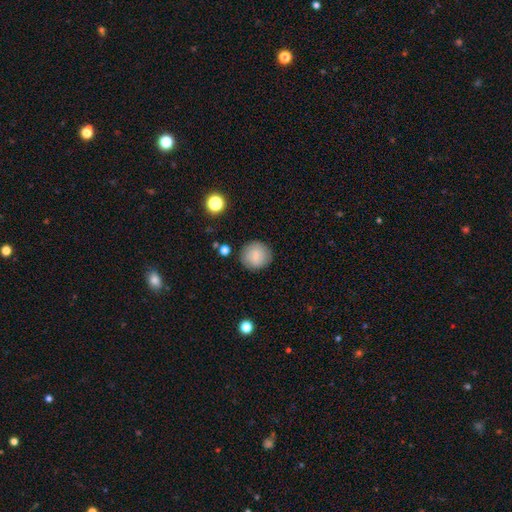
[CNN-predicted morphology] This is likely a smooth galaxy (75%). How rounded: clearly round (92%). Merging: clearly none (86%).